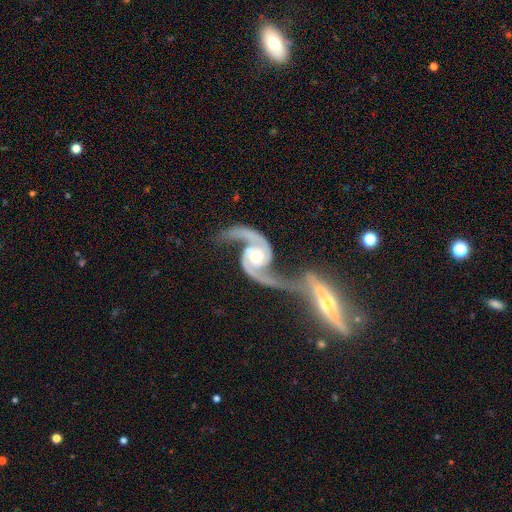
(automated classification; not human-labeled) The model was most divided on "spiral winding": medium: 50%, loose: 36%, tight: 14%. More confident: spiral arms — yes (98%); edge-on disk — no (98%); spiral arm count — 2 (94%); smooth or featured — featured or disk (94%); bar — no (60%); bulge size — moderate (54%); merging — merger (52%).